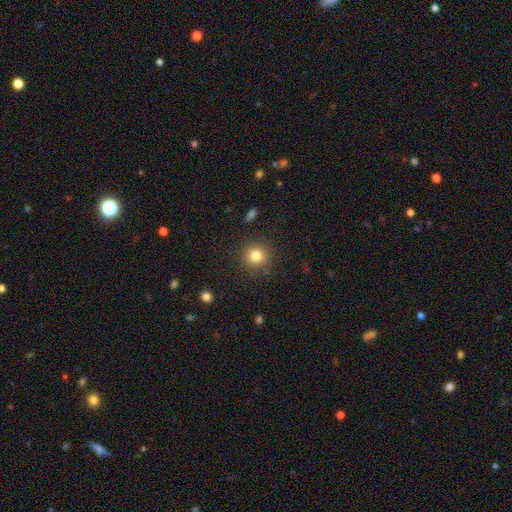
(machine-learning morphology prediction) Smooth or featured? smooth (81%)
How rounded? round (93%)
Merging? none (89%)